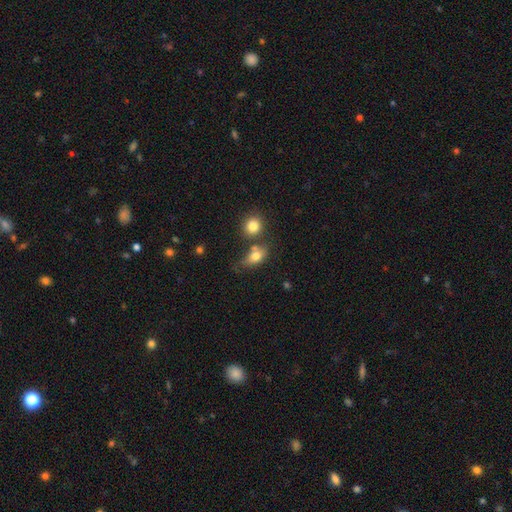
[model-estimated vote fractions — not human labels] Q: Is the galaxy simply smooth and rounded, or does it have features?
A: smooth — 77%.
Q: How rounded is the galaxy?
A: in between — 76%.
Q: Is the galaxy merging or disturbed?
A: none — 46%.